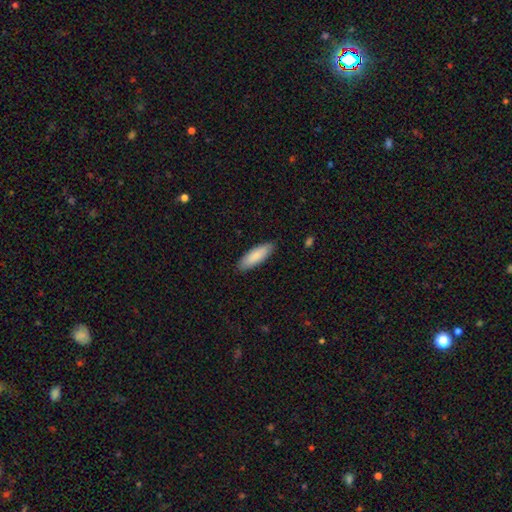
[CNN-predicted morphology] The model was most divided on "how rounded": in between: 55%, cigar-shaped: 44%, round: 1%. More confident: merging — none (87%); smooth or featured — smooth (87%).